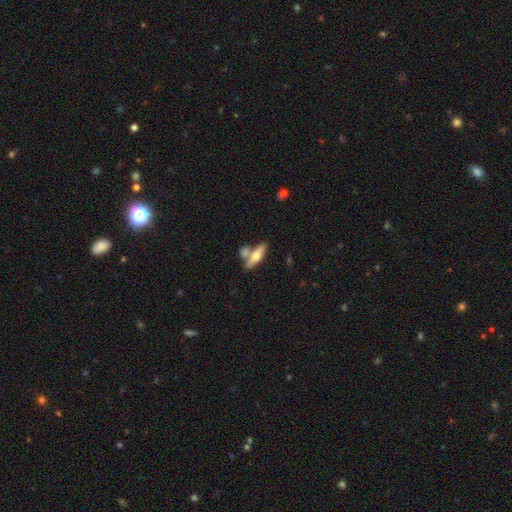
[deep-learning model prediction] smooth-or-featured: smooth: 51% | featured or disk: 43% | star or artifact: 6%
  how-rounded: cigar-shaped: 53% | in between: 44% | round: 3%
  merging: none: 56% | merger: 29% | minor disturbance: 11% | major disturbance: 4%